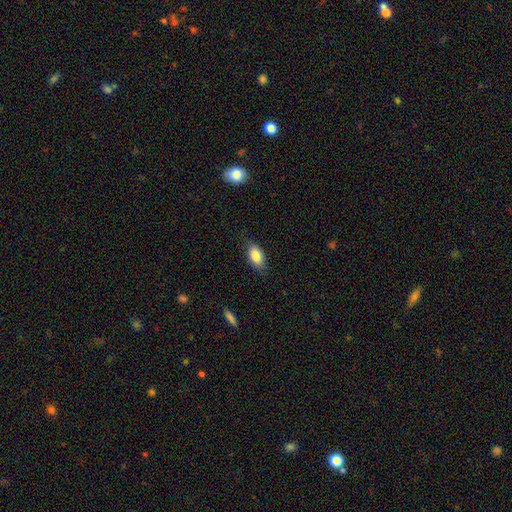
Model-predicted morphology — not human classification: Smooth or featured? Predicted: smooth (p=0.84). How rounded? Predicted: in between (p=0.90). Merging? Predicted: none (p=0.80).